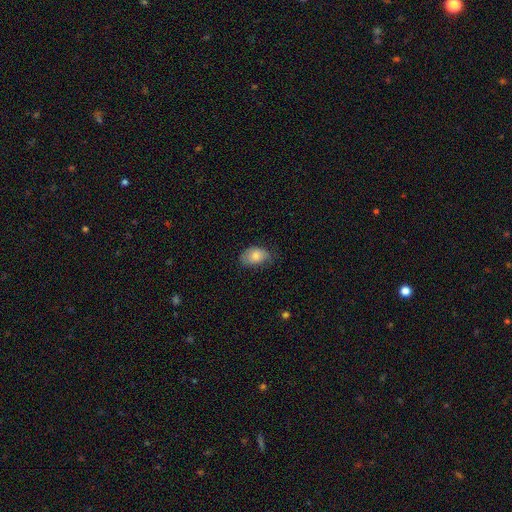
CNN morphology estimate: The model was most divided on "merging": none: 62%, minor disturbance: 30%, major disturbance: 7%, merger: 1%. More confident: how rounded — in between (88%); smooth or featured — smooth (82%).